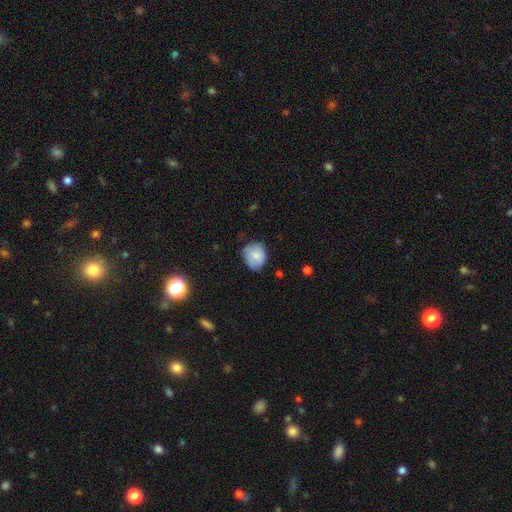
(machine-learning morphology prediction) This is likely a smooth galaxy (76%). How rounded: likely round (71%). Merging: likely none (66%).